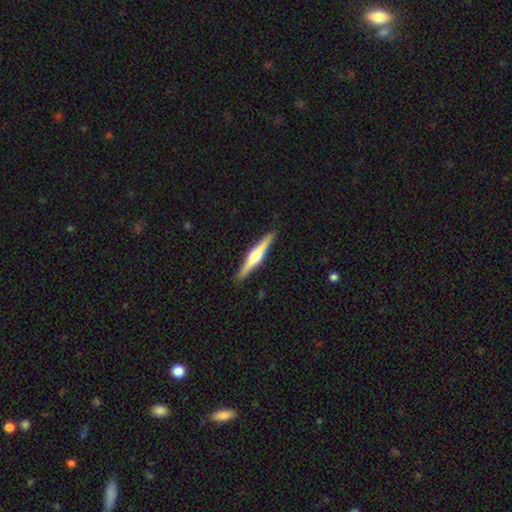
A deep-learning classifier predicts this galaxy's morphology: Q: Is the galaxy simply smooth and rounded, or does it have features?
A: featured or disk — 68%.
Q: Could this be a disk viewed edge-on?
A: yes — 98%.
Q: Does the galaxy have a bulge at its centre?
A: rounded — 82%.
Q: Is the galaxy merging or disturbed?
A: none — 91%.